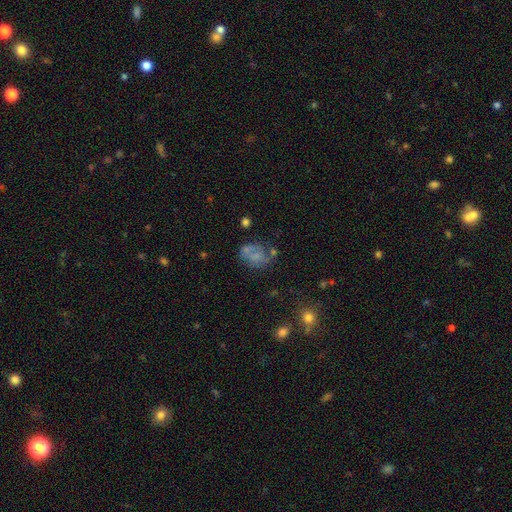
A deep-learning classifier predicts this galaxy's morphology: Smooth or featured? Predicted: smooth (p=0.52). How rounded? Predicted: in between (p=0.56). Merging? Predicted: none (p=0.44).